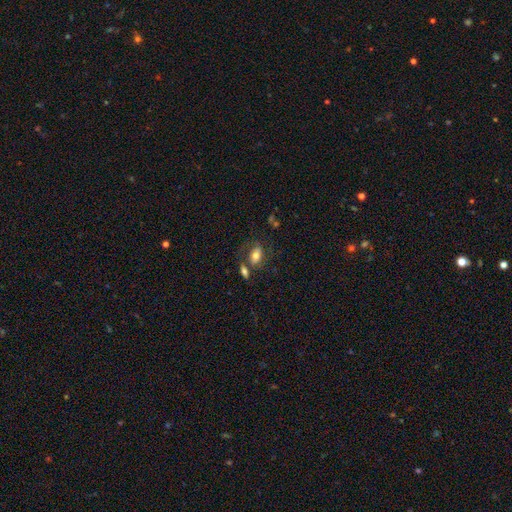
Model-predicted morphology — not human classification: Smooth or featured: smooth — 67% (featured or disk — 24%)
How rounded: in between — 85% (round — 11%)
Merging: none — 50% (merger — 24%)